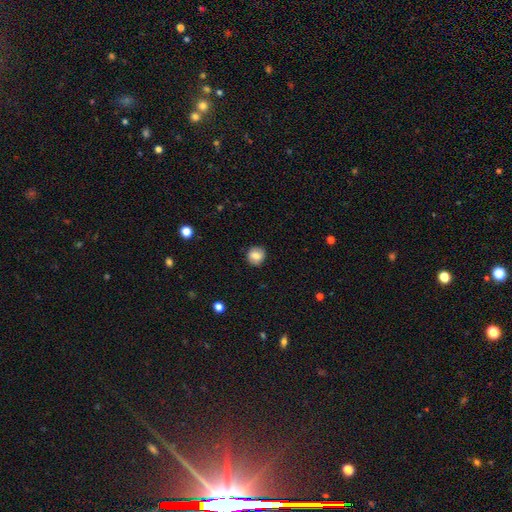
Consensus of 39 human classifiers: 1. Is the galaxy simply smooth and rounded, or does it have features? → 90% smooth, 5% featured or disk, 5% star or artifact.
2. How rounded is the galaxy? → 94% round, 6% in between, 0% cigar-shaped.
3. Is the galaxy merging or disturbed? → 81% none, 8% minor disturbance, 8% major disturbance, 3% merger.